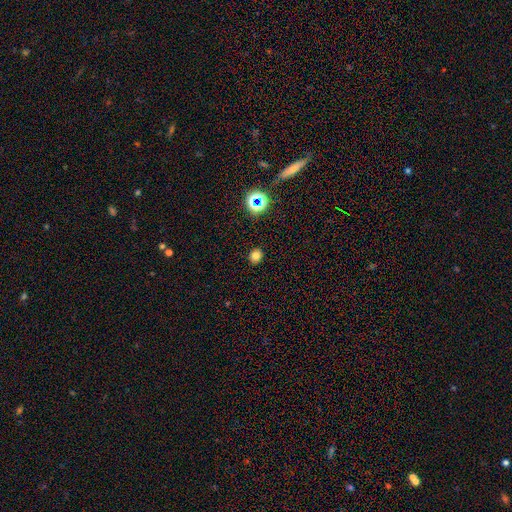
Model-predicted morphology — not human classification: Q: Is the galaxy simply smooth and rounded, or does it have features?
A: smooth — 77%.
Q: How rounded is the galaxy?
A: round — 76%.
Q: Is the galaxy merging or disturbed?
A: none — 90%.